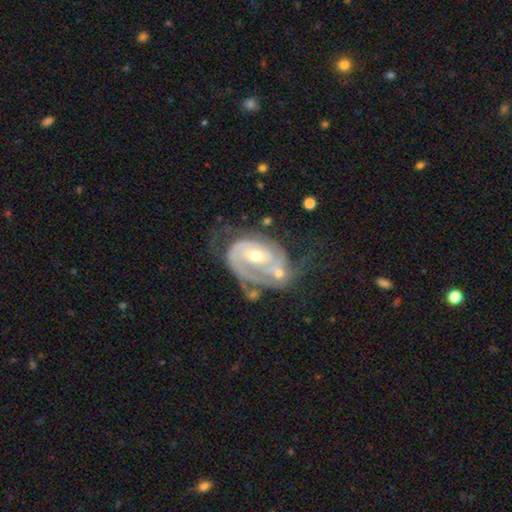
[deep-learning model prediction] This is clearly a featured or disk galaxy (86%). It is clearly not viewed edge-on (97%). Bar: possibly no (59%). Spiral arm pattern: clearly yes (92%). Spiral arm count: marginally 2 (43%). Spiral winding: possibly tight (57%). Central bulge: possibly moderate (58%). Merging: marginally none (32%).